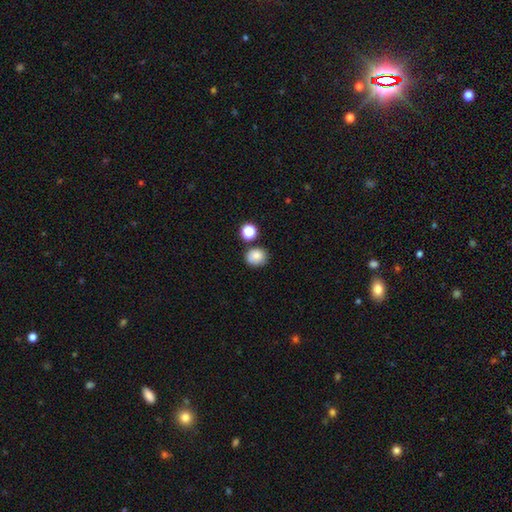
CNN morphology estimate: A smooth galaxy with no disk features (81%) that is round (71%). Merging: none (69%).